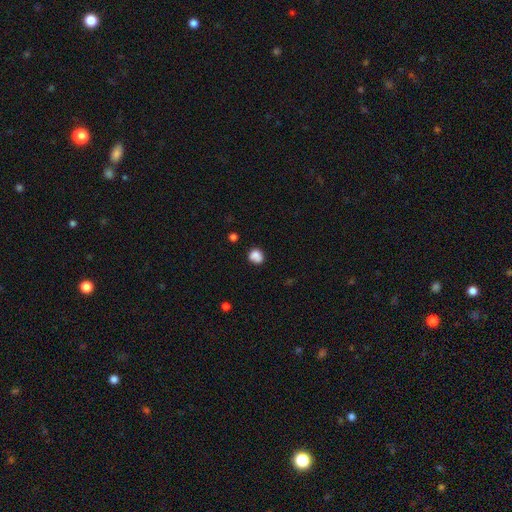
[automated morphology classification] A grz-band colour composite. It shows a smooth galaxy with no disk features (84%) that is round (70%). Merging: none (67%).